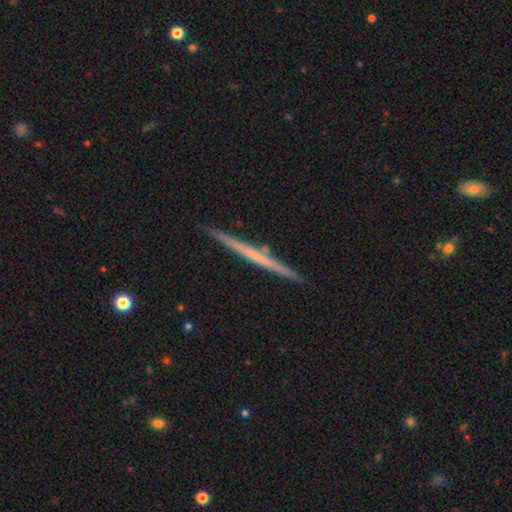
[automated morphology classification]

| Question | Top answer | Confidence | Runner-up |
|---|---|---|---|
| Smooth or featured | featured or disk | 59% | smooth (35%) |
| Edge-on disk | yes | 98% | no (2%) |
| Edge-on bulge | none | 89% | rounded (7%) |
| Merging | none | 91% | minor disturbance (6%) |